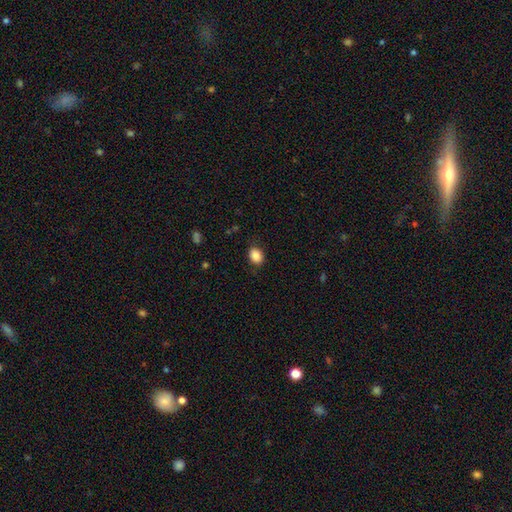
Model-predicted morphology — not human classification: A smooth galaxy with no disk features (88%) that is in between round and cigar-shaped (62%). Merging: none (84%).